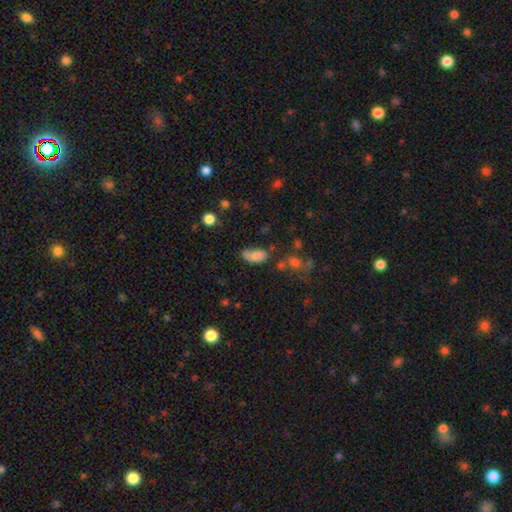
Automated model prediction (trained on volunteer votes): smooth-or-featured: smooth: 78% | featured or disk: 12% | star or artifact: 10%
  how-rounded: in between: 90% | cigar-shaped: 5% | round: 4%
  merging: none: 49% | minor disturbance: 30% | major disturbance: 14% | merger: 7%